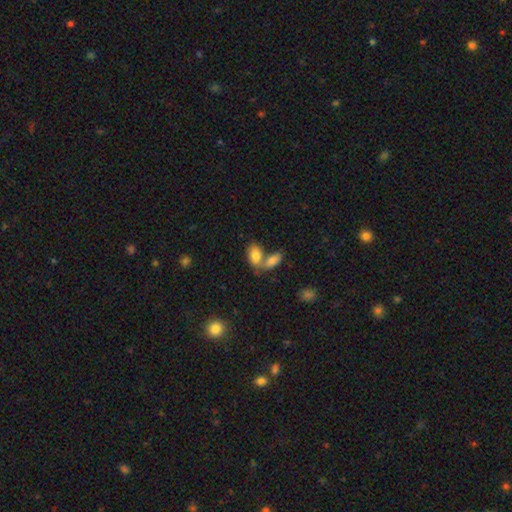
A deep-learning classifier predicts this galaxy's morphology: smooth_or_featured: smooth (p=0.81) [alt: featured or disk p=0.11]
how_rounded: in between (p=0.92) [alt: round p=0.05]
merging: merger (p=0.54) [alt: none p=0.33]